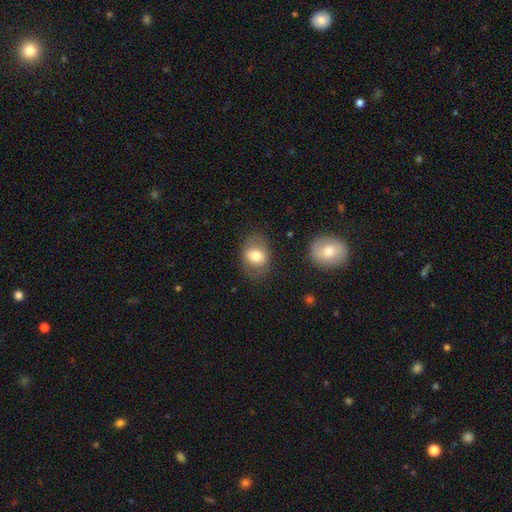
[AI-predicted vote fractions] Smooth or featured?
  - smooth: 72% *
  - featured or disk: 20%
  - star or artifact: 8%
How rounded?
  - in between: 66% *
  - round: 33%
  - cigar-shaped: 1%
Merging?
  - none: 76% *
  - minor disturbance: 16%
  - major disturbance: 6%
  - merger: 2%